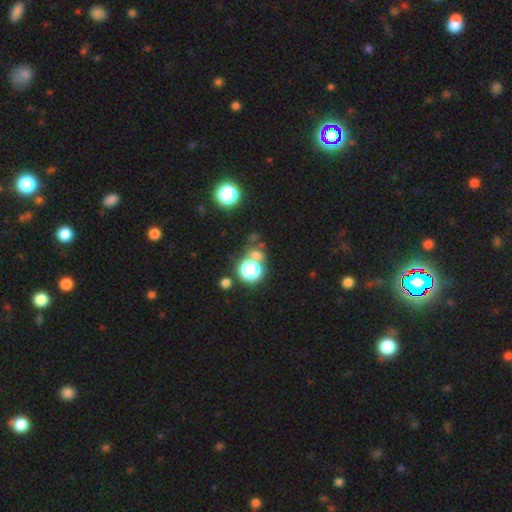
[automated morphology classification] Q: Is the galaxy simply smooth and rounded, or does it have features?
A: smooth — 54%.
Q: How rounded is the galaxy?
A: round — 79%.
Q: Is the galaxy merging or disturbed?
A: none — 60%.